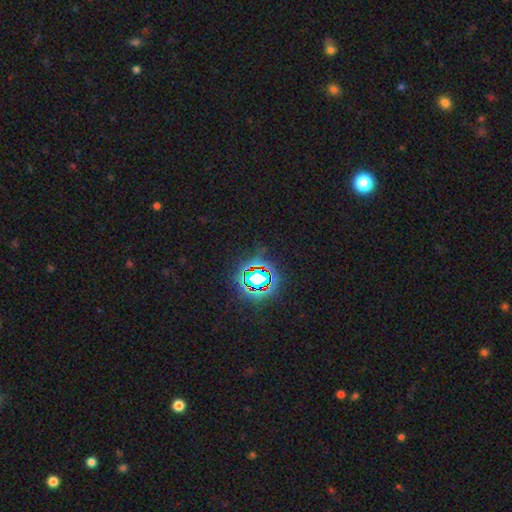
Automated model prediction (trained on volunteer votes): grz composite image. It shows a star or artifact, not a galaxy (82%).